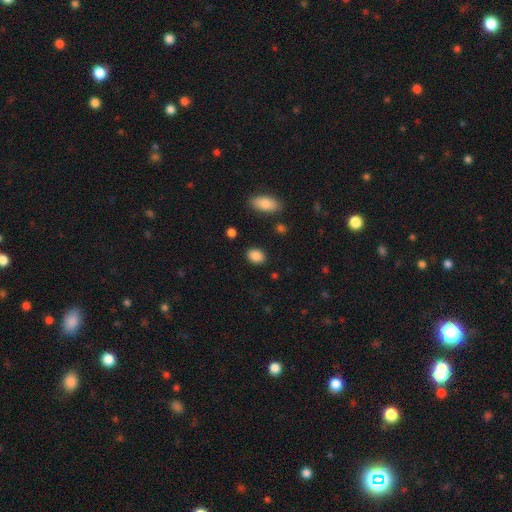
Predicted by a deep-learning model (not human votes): Smooth or featured? smooth (87%)
How rounded? in between (71%)
Merging? none (88%)